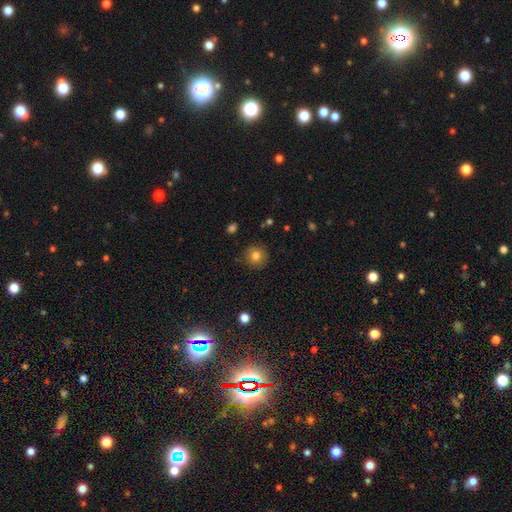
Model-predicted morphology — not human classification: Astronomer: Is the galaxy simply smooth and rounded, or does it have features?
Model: smooth — 80%.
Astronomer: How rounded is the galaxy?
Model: round — 92%.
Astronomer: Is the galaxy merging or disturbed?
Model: none — 88%.